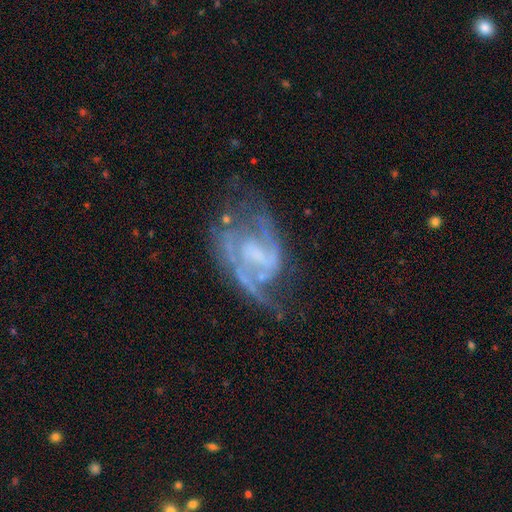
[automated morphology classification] A featured or disk galaxy (84%) with a weak bar (47%), 2 (59%) medium (48%) spiral arms (89%) and no central bulge (38%).

Vote fractions:
- Smooth or featured? featured or disk: 84% / smooth: 8% / star or artifact: 8%
- Edge-on disk? no: 97% / yes: 3%
- Bar? weak: 47% / no: 34% / strong: 19%
- Spiral arms? yes: 89% / no: 11%
- Spiral winding? medium: 48% / tight: 27% / loose: 24%
- Spiral arm count? 2: 59% / can't tell: 17% / 1: 11% / 3: 8% / 4: 3% / more than 4: 2%
- Bulge size? none: 38% / small: 33% / moderate: 23% / large: 5% / dominant: 1%
- Merging? none: 45% / major disturbance: 28% / minor disturbance: 22% / merger: 5%